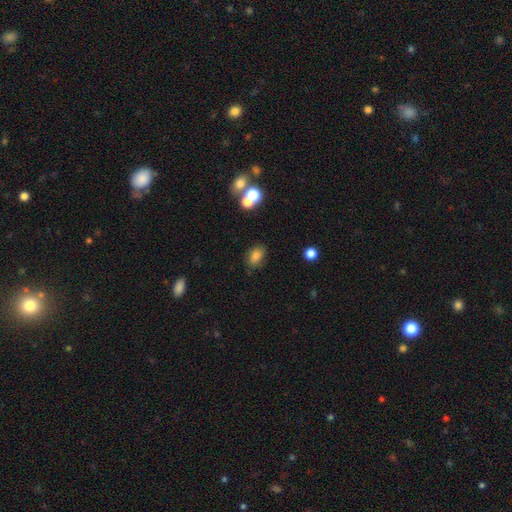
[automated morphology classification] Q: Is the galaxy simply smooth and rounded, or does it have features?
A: smooth — 81%.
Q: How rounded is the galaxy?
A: in between — 82%.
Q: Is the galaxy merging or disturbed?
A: none — 78%.